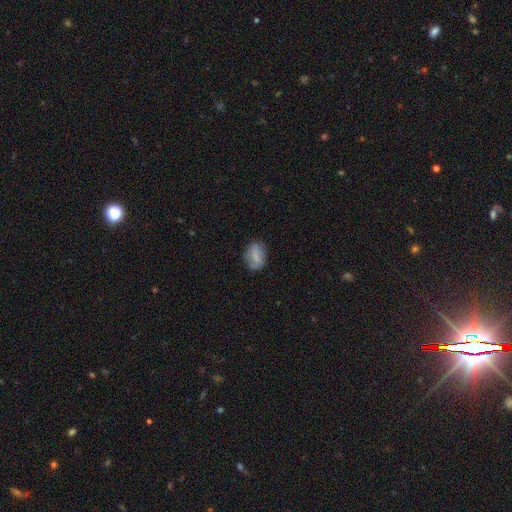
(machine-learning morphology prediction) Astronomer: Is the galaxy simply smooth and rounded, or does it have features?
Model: smooth — 78%.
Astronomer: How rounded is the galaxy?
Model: in between — 79%.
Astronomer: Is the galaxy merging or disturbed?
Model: none — 76%.